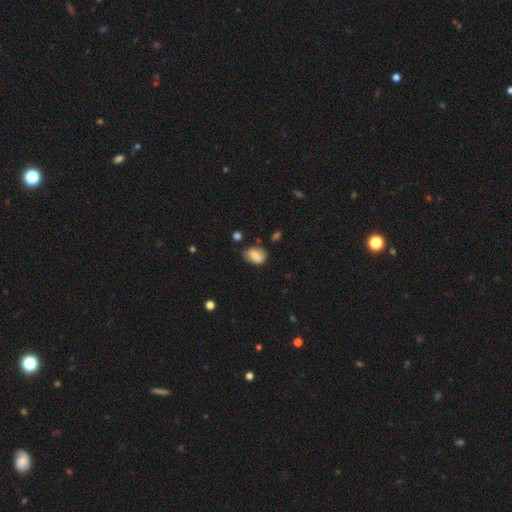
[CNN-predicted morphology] smooth-or-featured: smooth: 78% | featured or disk: 14% | star or artifact: 8%
  how-rounded: in between: 76% | round: 23% | cigar-shaped: 1%
  merging: none: 60% | minor disturbance: 30% | major disturbance: 7% | merger: 3%